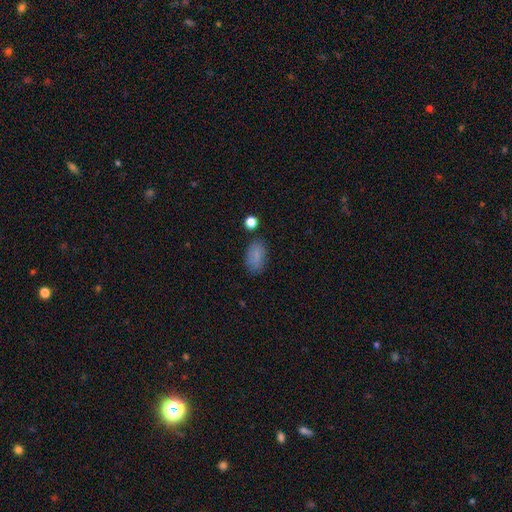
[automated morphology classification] This appears to be a smooth galaxy with no disk features (79%) that is in between round and cigar-shaped (90%). Merging: none (77%).